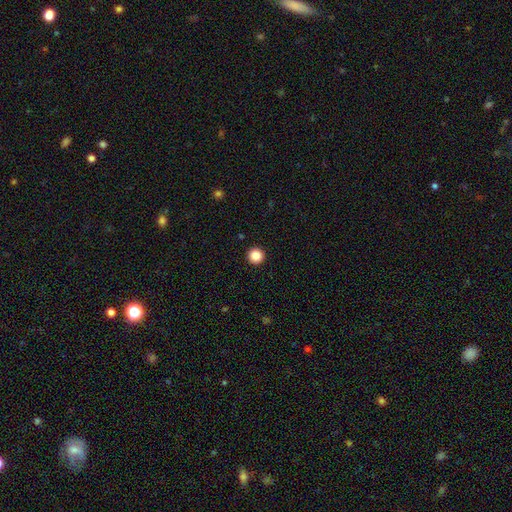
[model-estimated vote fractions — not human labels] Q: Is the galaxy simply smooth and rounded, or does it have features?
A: smooth — 86%.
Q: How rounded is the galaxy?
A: round — 97%.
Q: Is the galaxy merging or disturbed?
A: none — 94%.